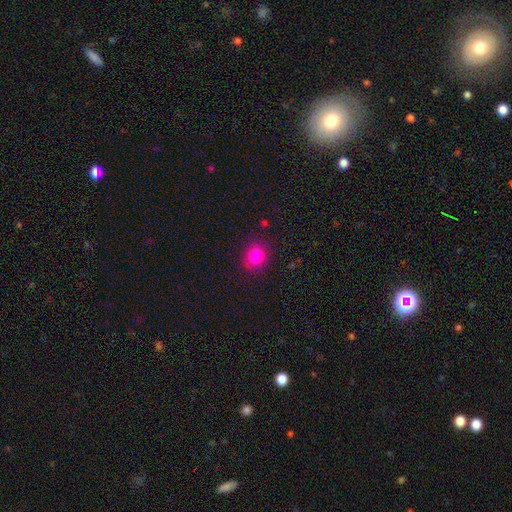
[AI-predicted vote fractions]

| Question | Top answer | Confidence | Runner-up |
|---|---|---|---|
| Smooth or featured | smooth | 84% | star or artifact (11%) |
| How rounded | round | 78% | in between (21%) |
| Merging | none | 88% | minor disturbance (8%) |